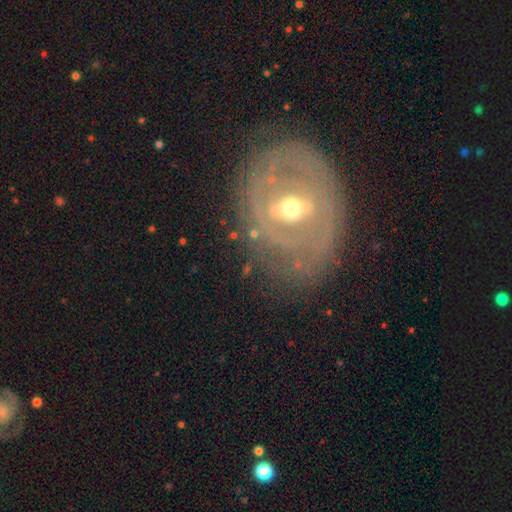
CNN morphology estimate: smooth-or-featured: featured or disk: 79% | smooth: 13% | star or artifact: 7%
  disk-edge-on: no: 93% | yes: 7%
    bar: weak: 44% | strong: 35% | no: 21%
    has-spiral-arms: yes: 62% | no: 38%
    bulge-size: moderate: 65% | small: 29% | large: 4% | dominant: 1% | none: 1%
  merging: none: 74% | minor disturbance: 16% | major disturbance: 8% | merger: 2%